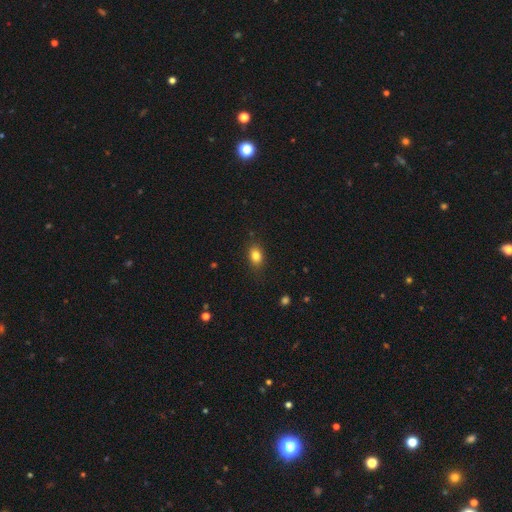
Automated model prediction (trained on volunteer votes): This is clearly a smooth galaxy (83%). How rounded: likely in between (74%). Merging: clearly none (84%).